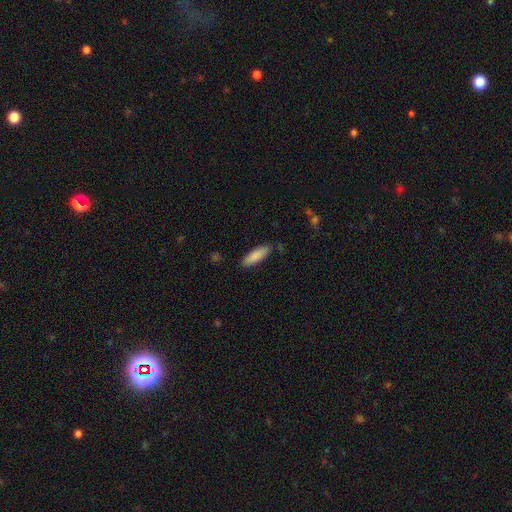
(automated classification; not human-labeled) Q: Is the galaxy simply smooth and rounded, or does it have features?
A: smooth — 88%.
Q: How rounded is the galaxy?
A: in between — 49%, tied with cigar-shaped.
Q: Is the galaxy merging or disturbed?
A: none — 84%.